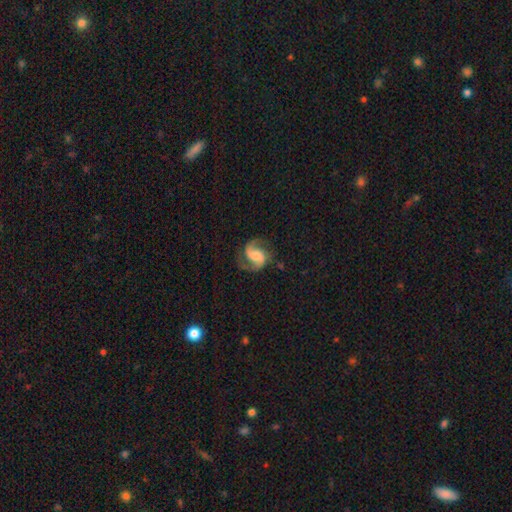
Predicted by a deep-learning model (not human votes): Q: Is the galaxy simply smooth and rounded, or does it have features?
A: featured or disk — 87%.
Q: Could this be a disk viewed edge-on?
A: no — 98%.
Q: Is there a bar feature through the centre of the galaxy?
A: no — 45%.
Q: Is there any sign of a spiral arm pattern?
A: yes — 98%.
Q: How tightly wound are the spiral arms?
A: medium — 56%.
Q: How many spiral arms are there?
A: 2 — 92%.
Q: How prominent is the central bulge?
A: moderate — 43%.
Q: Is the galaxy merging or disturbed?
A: none — 76%.